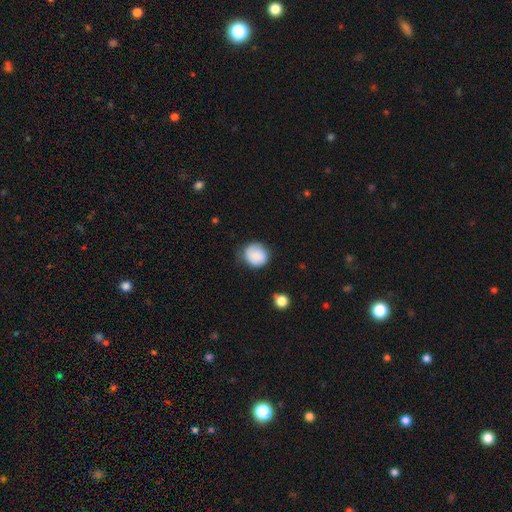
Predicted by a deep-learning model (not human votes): This is clearly a smooth galaxy (82%). How rounded: clearly round (81%). Merging: likely none (66%).